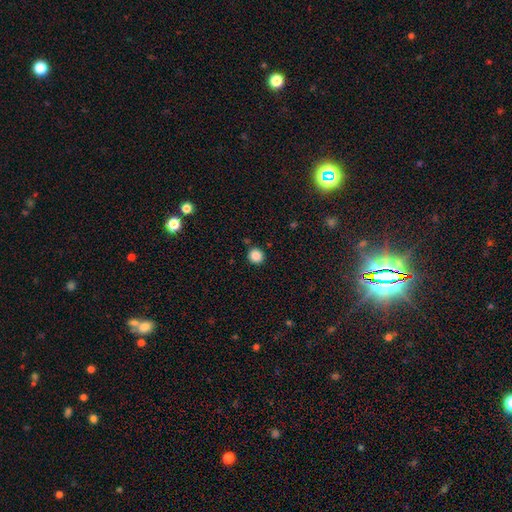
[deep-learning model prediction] Smooth or featured: smooth — 86% (star or artifact — 11%)
How rounded: round — 93% (in between — 6%)
Merging: none — 90% (minor disturbance — 6%)